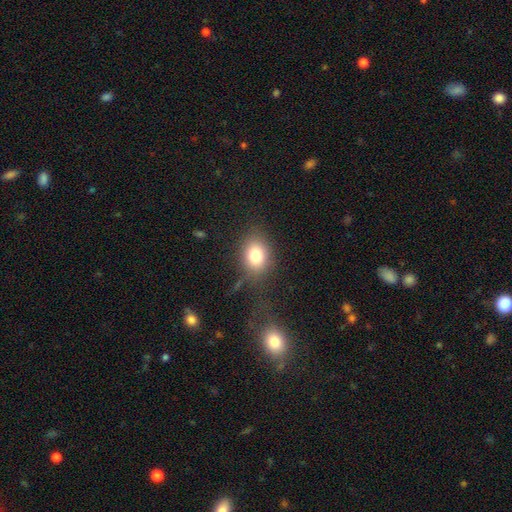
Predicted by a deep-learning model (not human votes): Smooth or featured?
  - smooth: 78% *
  - star or artifact: 11%
  - featured or disk: 11%
How rounded?
  - in between: 60% *
  - round: 39%
  - cigar-shaped: 1%
Merging?
  - none: 74% *
  - minor disturbance: 14%
  - major disturbance: 8%
  - merger: 4%